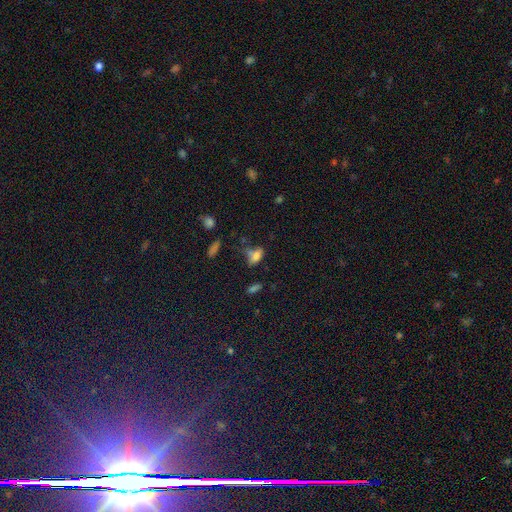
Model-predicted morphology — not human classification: The model was most divided on "merging": none: 44%, minor disturbance: 27%, major disturbance: 16%, merger: 14%. More confident: how rounded — in between (82%); smooth or featured — smooth (70%).